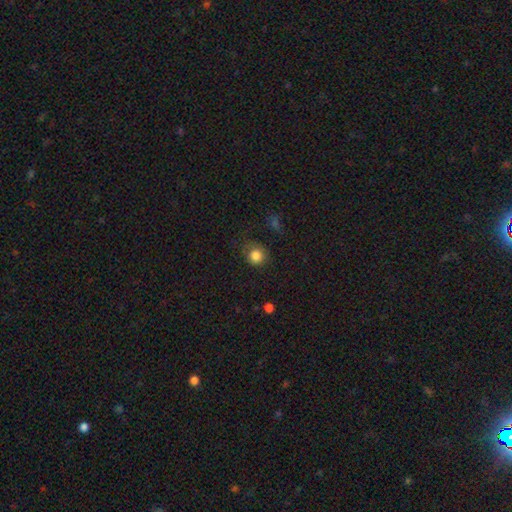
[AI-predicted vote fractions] Smooth or featured? smooth (83%)
How rounded? round (86%)
Merging? none (72%)